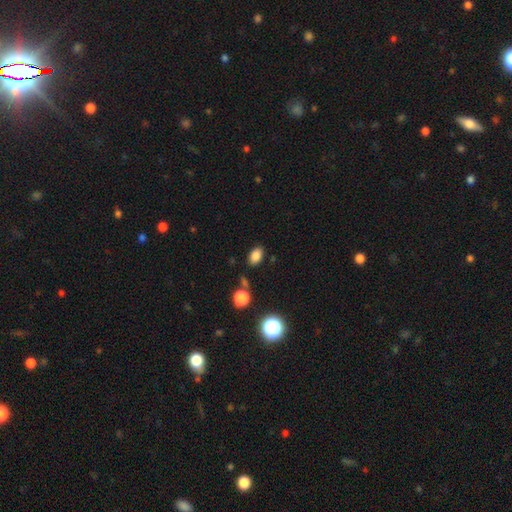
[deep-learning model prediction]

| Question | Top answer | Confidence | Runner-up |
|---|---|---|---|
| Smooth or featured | smooth | 83% | star or artifact (12%) |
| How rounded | in between | 86% | round (13%) |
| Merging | none | 82% | minor disturbance (11%) |